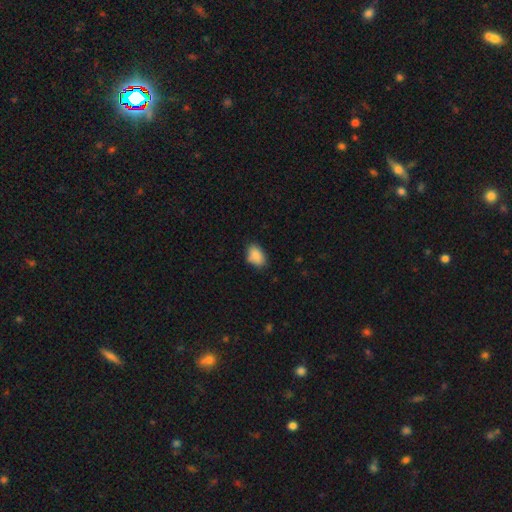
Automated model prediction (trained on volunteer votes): Smooth or featured? Predicted: smooth (p=0.87). How rounded? Predicted: in between (p=0.83). Merging? Predicted: none (p=0.72).